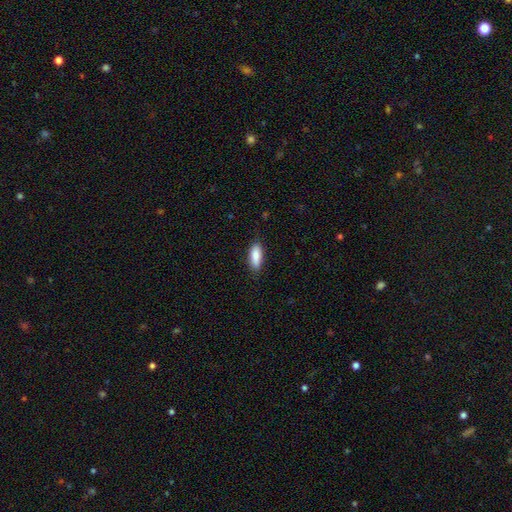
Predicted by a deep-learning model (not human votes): Smooth or featured? smooth (85%)
How rounded? in between (74%)
Merging? none (84%)